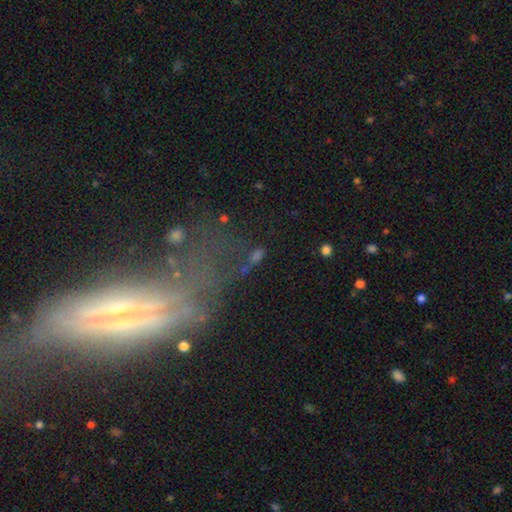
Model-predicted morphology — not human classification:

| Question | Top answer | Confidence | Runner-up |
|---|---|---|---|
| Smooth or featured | smooth | 41% | star or artifact (32%) |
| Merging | none | 54% | minor disturbance (18%) |